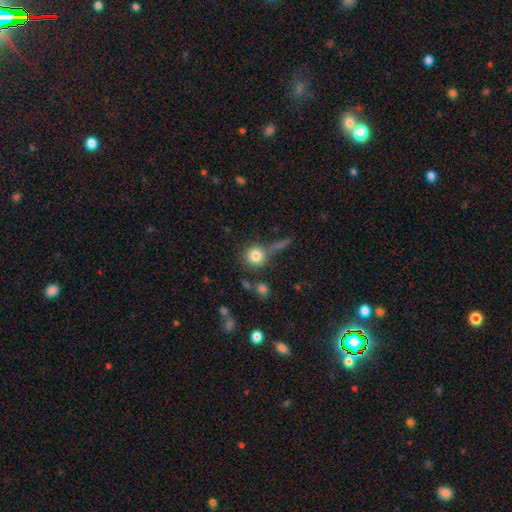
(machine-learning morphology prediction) smooth_or_featured: smooth (p=0.81) [alt: star or artifact p=0.10]
how_rounded: round (p=0.92) [alt: in between p=0.07]
merging: none (p=0.69) [alt: merger p=0.14]